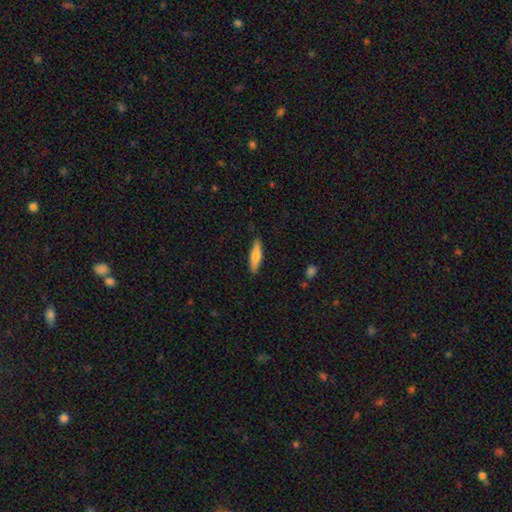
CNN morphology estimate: Smooth or featured: smooth — 72% (featured or disk — 23%)
How rounded: cigar-shaped — 71% (in between — 27%)
Merging: none — 87% (minor disturbance — 10%)